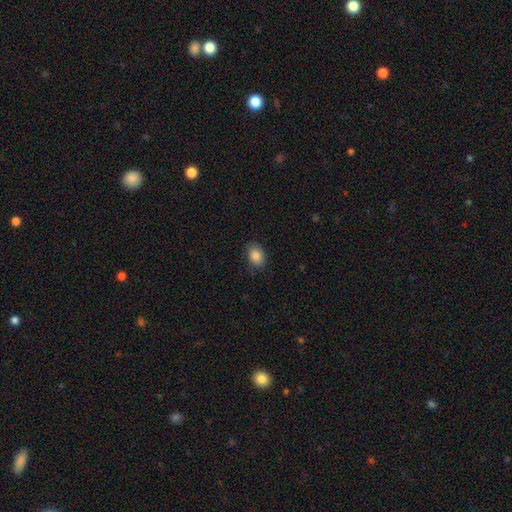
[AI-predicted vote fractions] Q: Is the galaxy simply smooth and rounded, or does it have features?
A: smooth — 86%.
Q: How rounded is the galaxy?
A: in between — 76%.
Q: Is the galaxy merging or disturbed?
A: none — 84%.